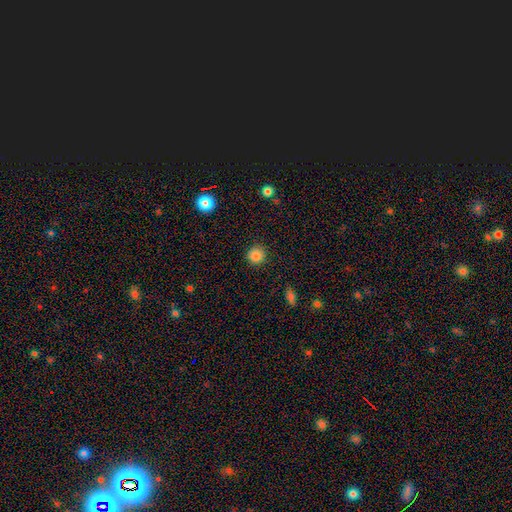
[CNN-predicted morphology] Smooth or featured: smooth — 85% (star or artifact — 11%)
How rounded: round — 93% (in between — 6%)
Merging: none — 90% (minor disturbance — 6%)